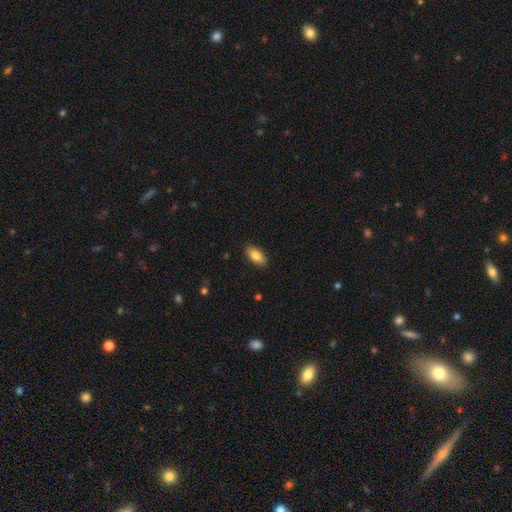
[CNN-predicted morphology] smooth-or-featured: smooth: 83% | featured or disk: 10% | star or artifact: 7%
  how-rounded: in between: 89% | cigar-shaped: 8% | round: 3%
  merging: none: 89% | minor disturbance: 9% | major disturbance: 2% | merger: 1%